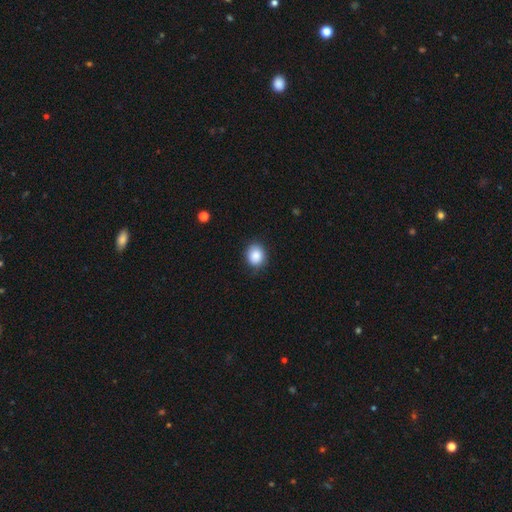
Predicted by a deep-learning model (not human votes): Morphology: type=smooth (87%); roundness=round (68%); merging=none (83%).